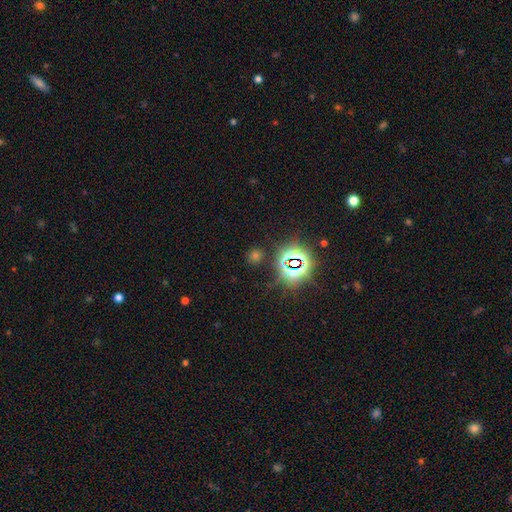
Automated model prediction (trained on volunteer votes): This is possibly a star or artifact rather than a galaxy (57%).